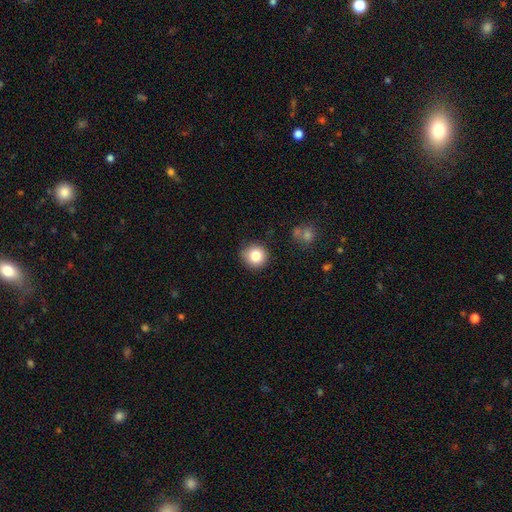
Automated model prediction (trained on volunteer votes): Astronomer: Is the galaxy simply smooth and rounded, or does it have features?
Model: smooth — 82%.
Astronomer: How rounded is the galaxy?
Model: round — 92%.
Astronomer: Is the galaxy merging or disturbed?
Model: none — 86%.